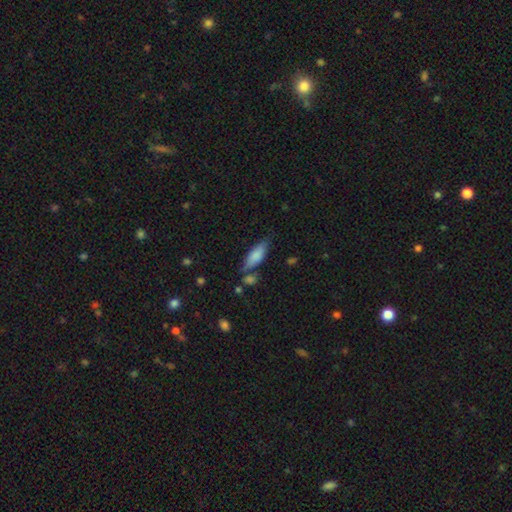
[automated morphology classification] type=smooth (80%); roundness=in between (65%); merging=none (62%).